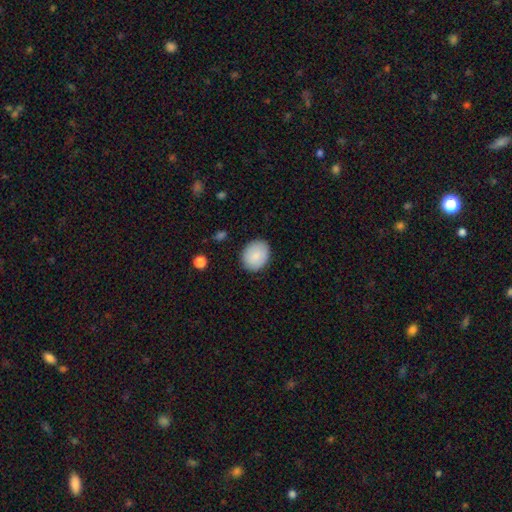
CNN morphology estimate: This appears to be a smooth galaxy with no disk features (86%) that is round (53%). Merging: none (86%).